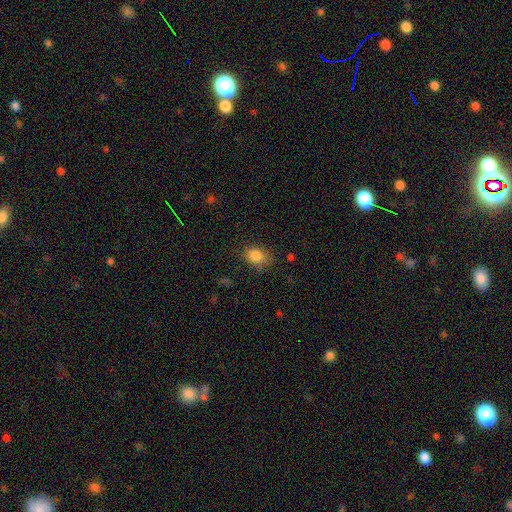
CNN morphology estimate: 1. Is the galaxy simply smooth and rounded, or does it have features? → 84% smooth, 10% star or artifact, 6% featured or disk.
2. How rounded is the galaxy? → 63% in between, 36% round, 1% cigar-shaped.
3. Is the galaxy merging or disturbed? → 74% none, 19% minor disturbance, 5% major disturbance, 2% merger.